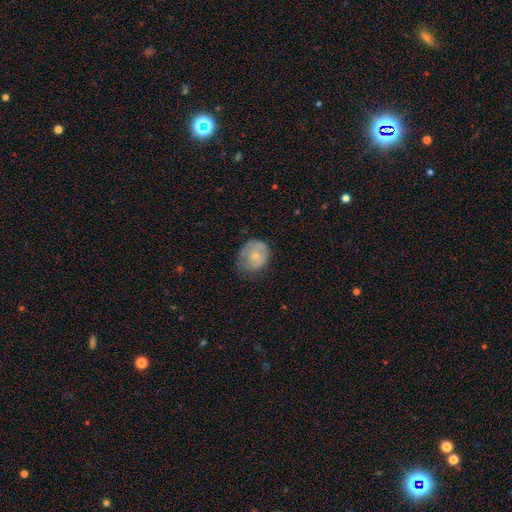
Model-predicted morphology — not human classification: smooth 64%, featured or disk 29%, star or artifact 7%. Down the decision tree: how rounded — round (60%); merging — none (48%).